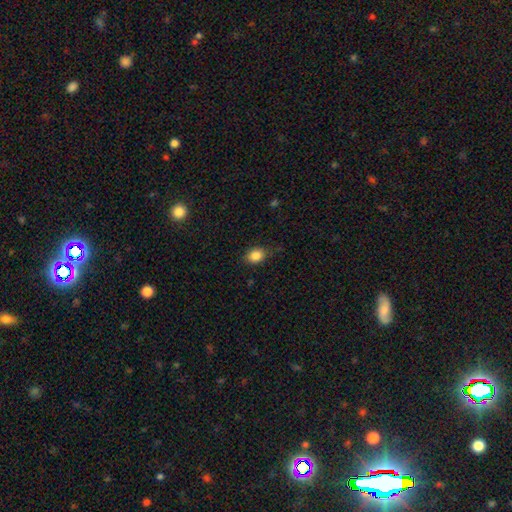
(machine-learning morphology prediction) This appears to be a smooth galaxy with no disk features (85%) that is in between round and cigar-shaped (63%). Merging: none (81%).